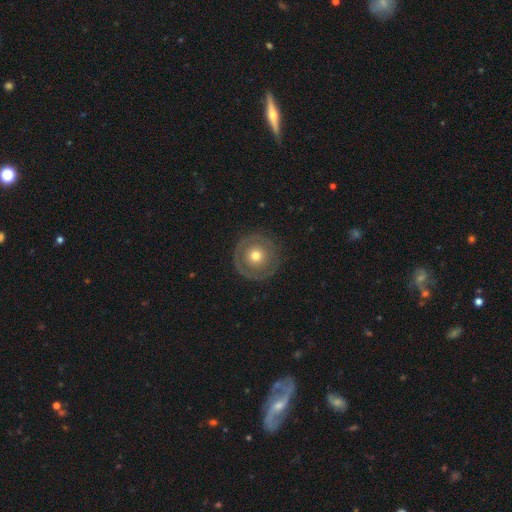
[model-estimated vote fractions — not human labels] The model was most divided on "smooth or featured": smooth: 48%, featured or disk: 45%, star or artifact: 7%. More confident: merging — none (85%).